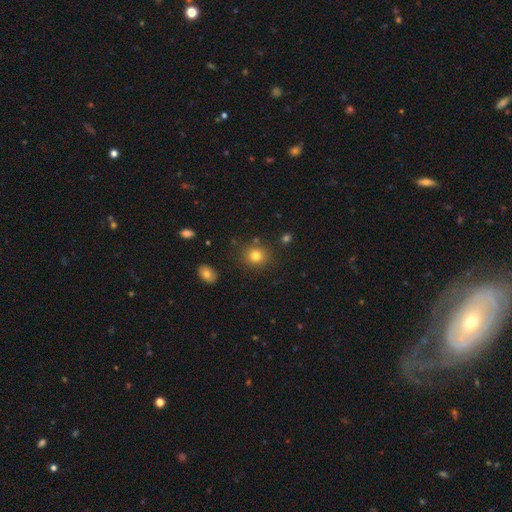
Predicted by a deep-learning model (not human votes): Smooth or featured? smooth (79%)
How rounded? round (84%)
Merging? none (85%)